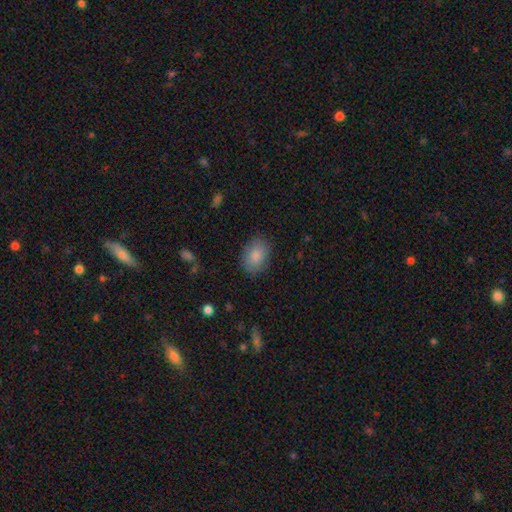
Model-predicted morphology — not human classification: A smooth galaxy with no disk features (85%) that is in between round and cigar-shaped (75%). Merging: none (84%).